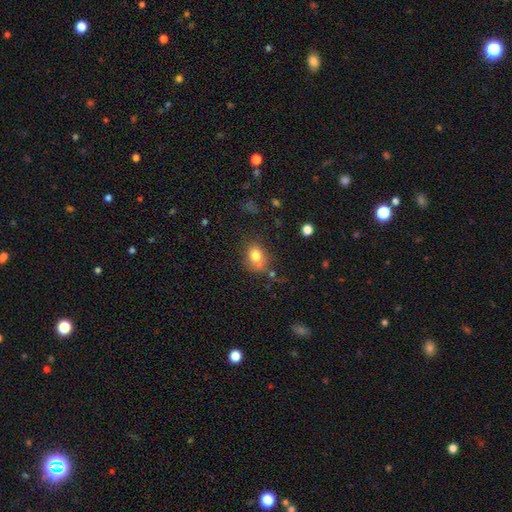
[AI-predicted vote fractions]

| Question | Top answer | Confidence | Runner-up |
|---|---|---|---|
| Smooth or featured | smooth | 79% | star or artifact (11%) |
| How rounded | round | 51% | in between (48%) |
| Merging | none | 61% | minor disturbance (22%) |